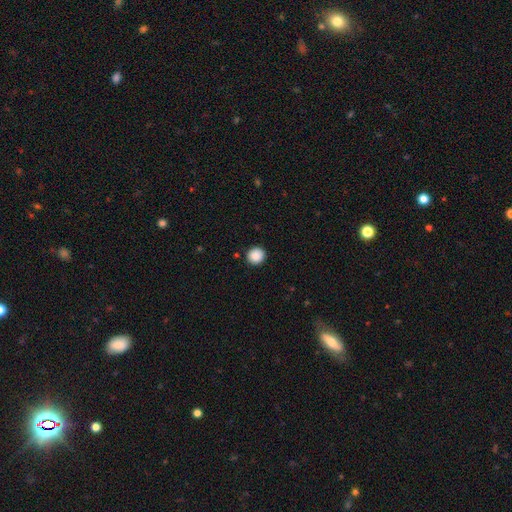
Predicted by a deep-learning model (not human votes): Overall: smooth (89%). How rounded: round (91%). Merging: none (91%).